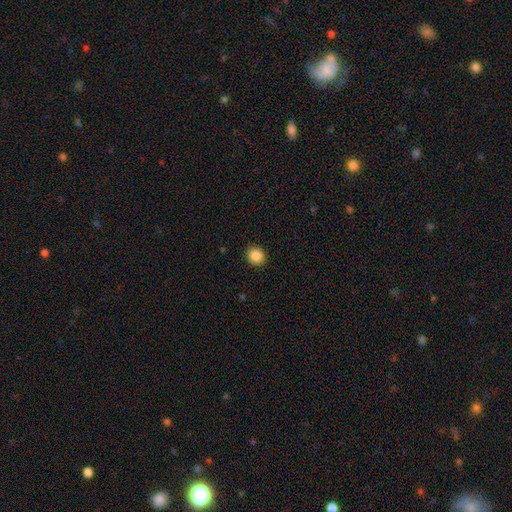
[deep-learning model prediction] Smooth or featured? smooth (87%)
How rounded? round (80%)
Merging? none (91%)